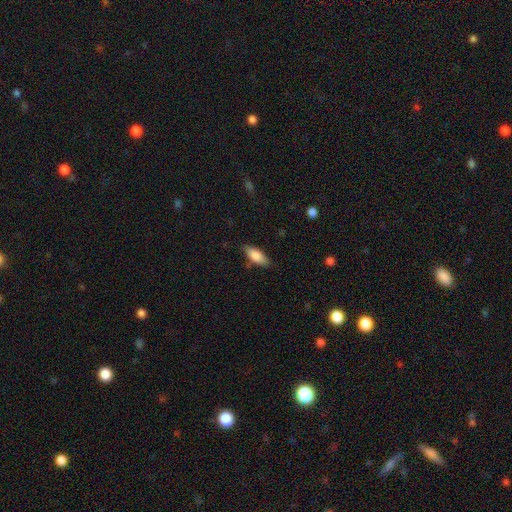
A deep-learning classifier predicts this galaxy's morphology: smooth-or-featured: smooth: 82% | featured or disk: 12% | star or artifact: 6%
  how-rounded: in between: 78% | cigar-shaped: 20% | round: 2%
  merging: none: 77% | minor disturbance: 17% | major disturbance: 4% | merger: 2%